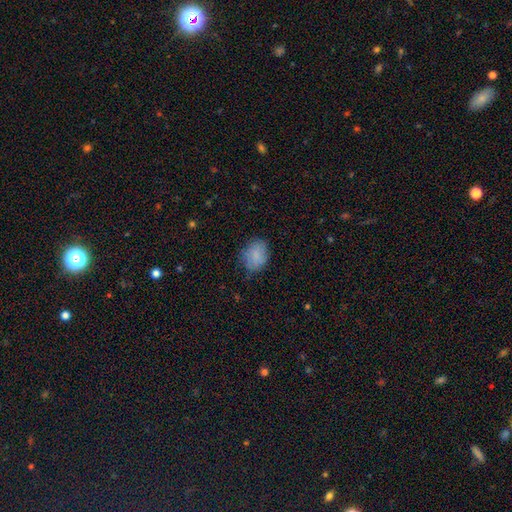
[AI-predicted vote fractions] Smooth or featured: smooth — 83% (featured or disk — 9%)
How rounded: in between — 58% (round — 41%)
Merging: none — 73% (minor disturbance — 20%)